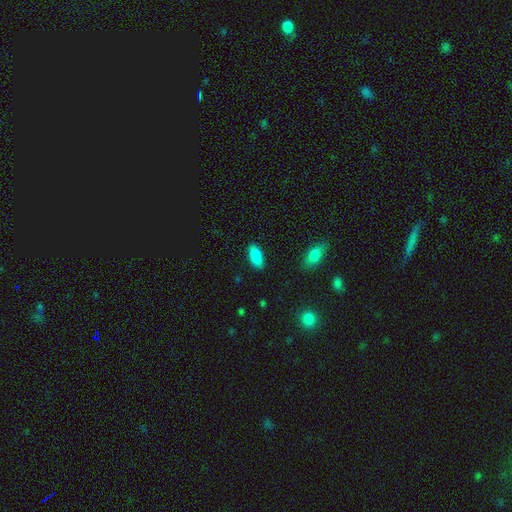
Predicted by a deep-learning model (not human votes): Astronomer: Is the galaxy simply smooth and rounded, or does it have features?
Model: smooth — 86%.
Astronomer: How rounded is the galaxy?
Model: in between — 86%.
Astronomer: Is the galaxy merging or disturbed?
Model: none — 88%.